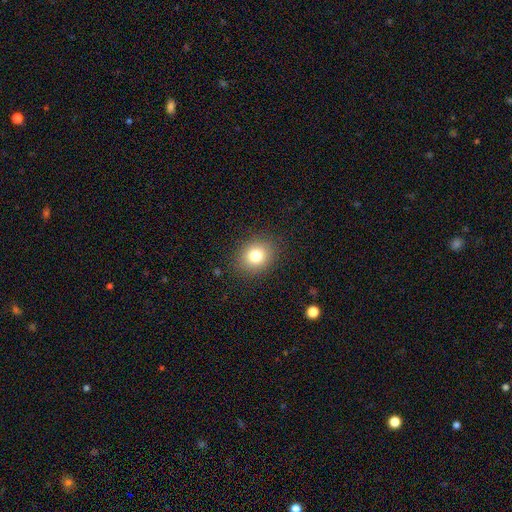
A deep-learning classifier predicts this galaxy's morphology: smooth-or-featured: smooth: 79% | star or artifact: 12% | featured or disk: 9%
  how-rounded: round: 66% | in between: 33% | cigar-shaped: 1%
  merging: none: 88% | minor disturbance: 8% | major disturbance: 3% | merger: 1%